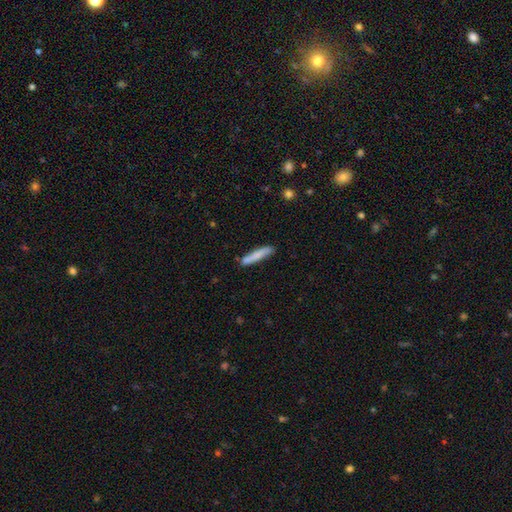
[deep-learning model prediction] smooth_or_featured: smooth (p=0.76) [alt: featured or disk p=0.18]
how_rounded: cigar-shaped (p=0.91) [alt: in between p=0.07]
merging: none (p=0.79) [alt: minor disturbance p=0.15]